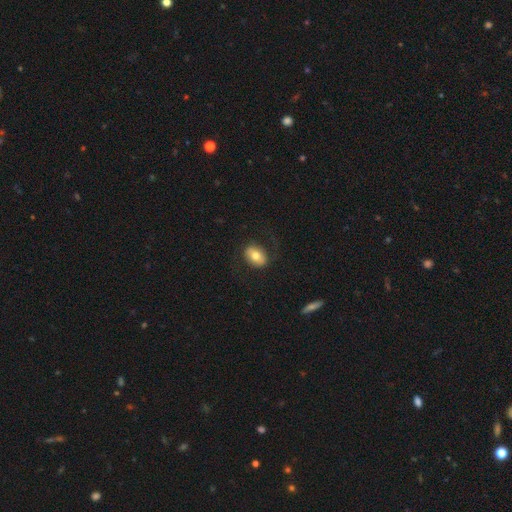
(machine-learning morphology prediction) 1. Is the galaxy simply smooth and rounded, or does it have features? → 68% smooth, 25% featured or disk, 7% star or artifact.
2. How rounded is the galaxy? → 82% in between, 17% round, 2% cigar-shaped.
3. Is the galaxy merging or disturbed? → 77% none, 13% minor disturbance, 9% major disturbance, 1% merger.